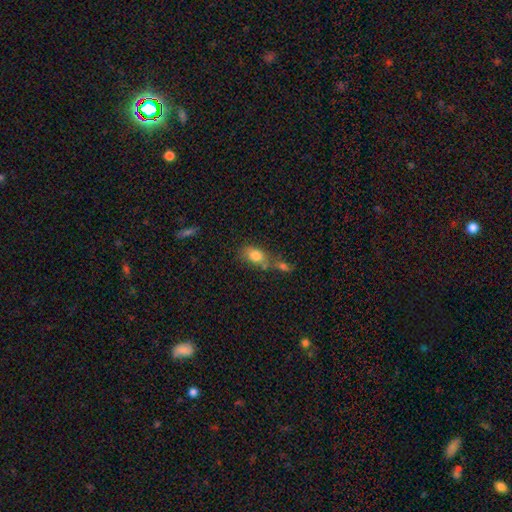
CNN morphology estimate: Smooth or featured? Predicted: smooth (p=0.78). How rounded? Predicted: in between (p=0.78). Merging? Predicted: none (p=0.40).